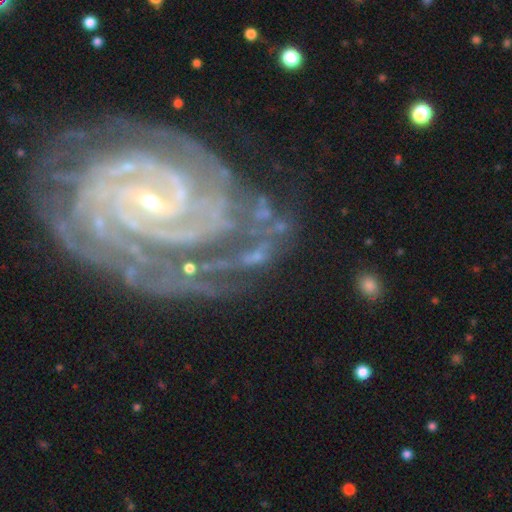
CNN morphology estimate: The model was most divided on "bar": no: 45%, weak: 29%, strong: 26%. Remaining: edge-on disk — no (94%); spiral arms — yes (81%); smooth or featured — featured or disk (64%); merging — none (56%); bulge size — small (50%).